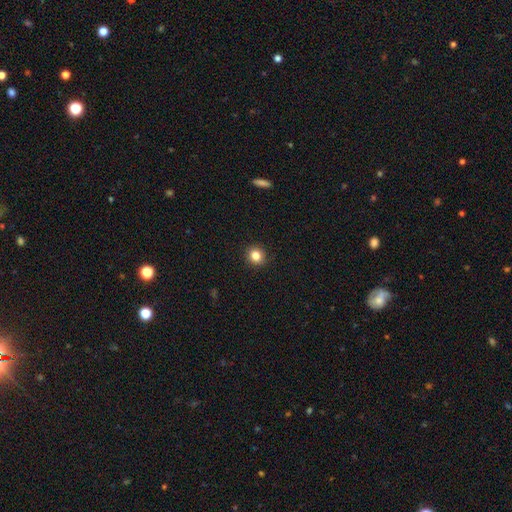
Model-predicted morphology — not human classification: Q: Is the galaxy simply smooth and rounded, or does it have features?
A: smooth — 83%.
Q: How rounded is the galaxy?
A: round — 88%.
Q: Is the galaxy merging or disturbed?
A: none — 92%.